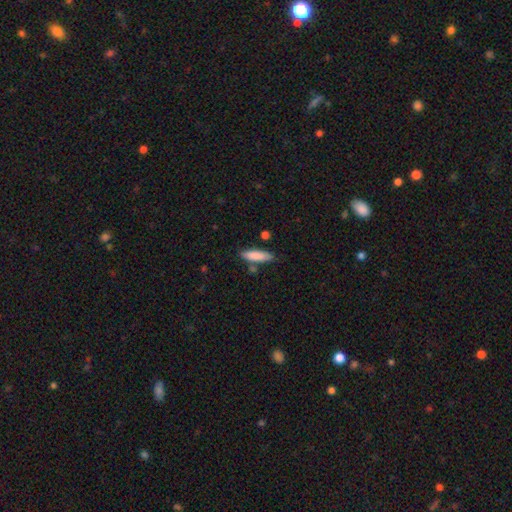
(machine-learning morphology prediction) smooth_or_featured: smooth (p=0.84) [alt: featured or disk p=0.10]
how_rounded: cigar-shaped (p=0.66) [alt: in between p=0.32]
merging: none (p=0.78) [alt: minor disturbance p=0.14]